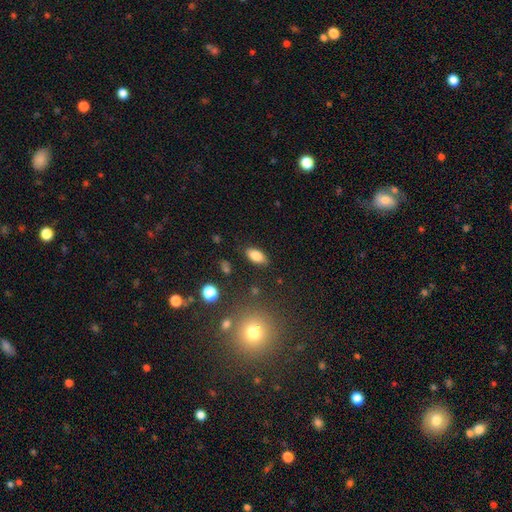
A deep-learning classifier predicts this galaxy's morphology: This appears to be a smooth galaxy with no disk features (83%) that is in between round and cigar-shaped (91%). Merging: none (85%).